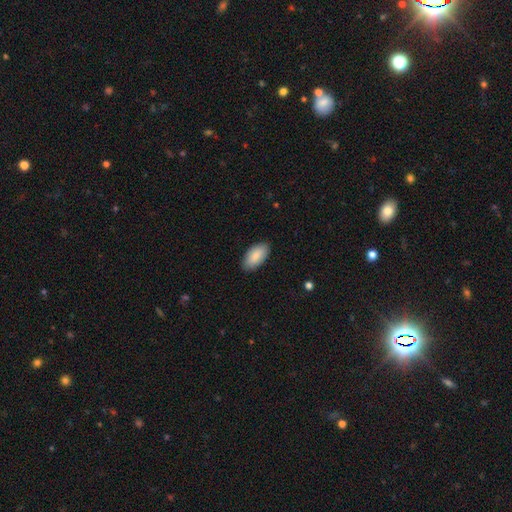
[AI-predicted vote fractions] Smooth or featured? smooth (87%)
How rounded? in between (95%)
Merging? none (86%)